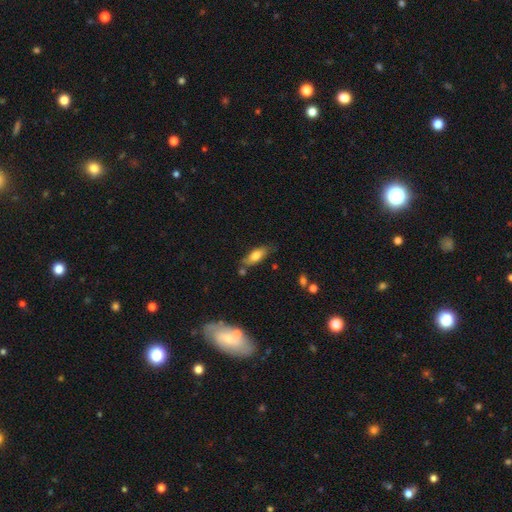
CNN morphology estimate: Overall: smooth (74%). How rounded: in between (71%). Merging: none (68%).